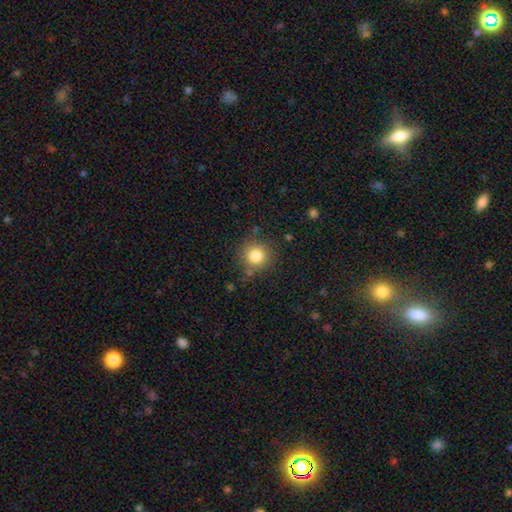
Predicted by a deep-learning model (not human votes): This is clearly a smooth galaxy (81%). How rounded: clearly round (92%). Merging: clearly none (82%).